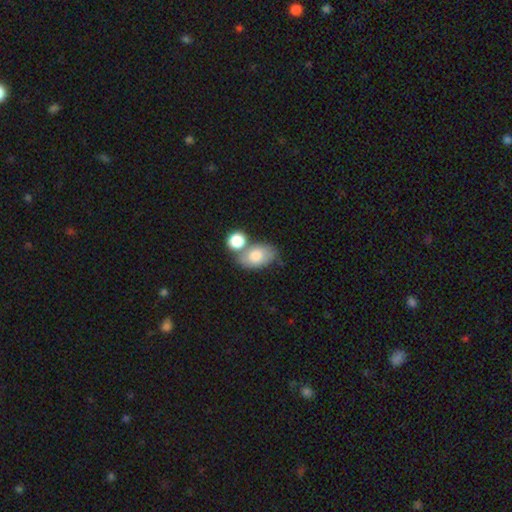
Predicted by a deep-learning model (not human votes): Smooth or featured? Predicted: smooth (p=0.77). How rounded? Predicted: in between (p=0.85). Merging? Predicted: none (p=0.44).